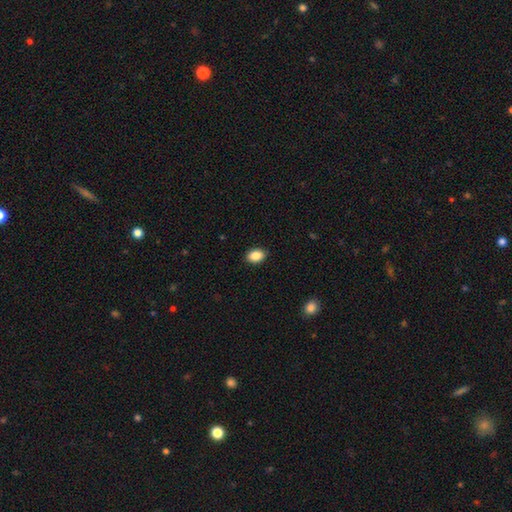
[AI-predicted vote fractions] This is clearly a smooth galaxy (87%). How rounded: clearly in between (81%). Merging: clearly none (90%).